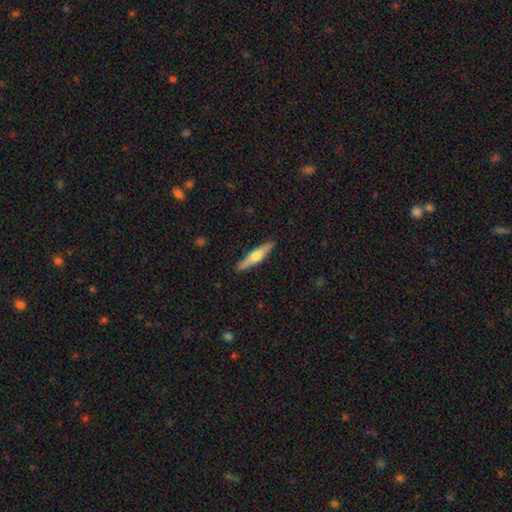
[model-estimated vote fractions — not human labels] Smooth or featured?
  - featured or disk: 52% *
  - smooth: 43%
  - star or artifact: 5%
Edge-on disk?
  - yes: 95% *
  - no: 5%
Merging?
  - none: 90% *
  - minor disturbance: 7%
  - major disturbance: 2%
  - merger: 1%